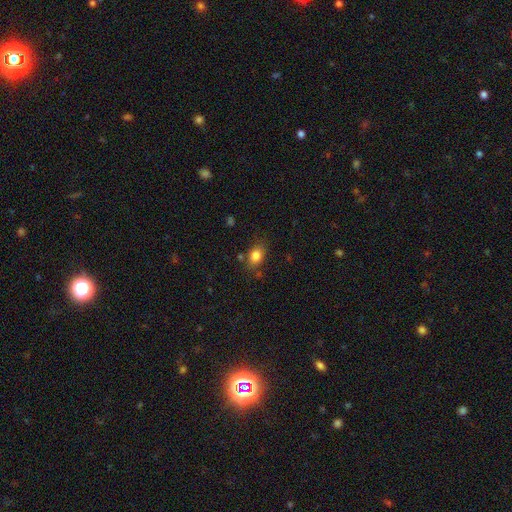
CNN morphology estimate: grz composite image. It shows a smooth galaxy with no disk features (82%) that is in between round and cigar-shaped (67%). Merging: none (76%).